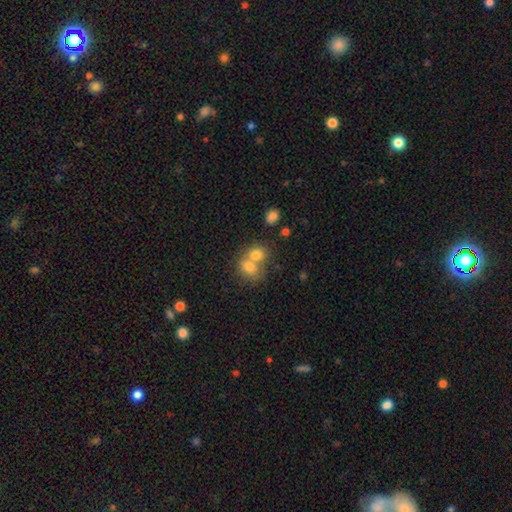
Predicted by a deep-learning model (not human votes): This appears to be a smooth galaxy with no disk features (75%) that is round (60%). Merging: merger (65%).